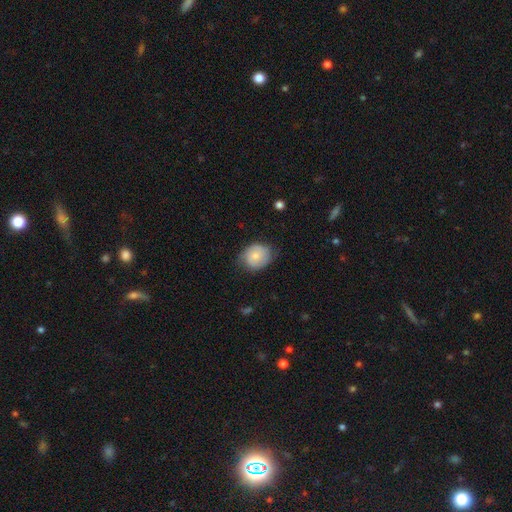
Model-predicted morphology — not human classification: smooth_or_featured: smooth (p=0.68) [alt: featured or disk p=0.25]
how_rounded: round (p=0.62) [alt: in between p=0.37]
merging: none (p=0.69) [alt: minor disturbance p=0.24]